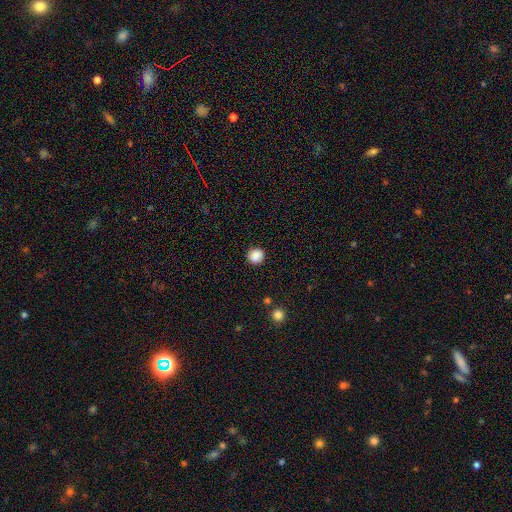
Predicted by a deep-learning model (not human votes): A smooth galaxy with no disk features (88%) that is round (93%). Merging: none (91%).